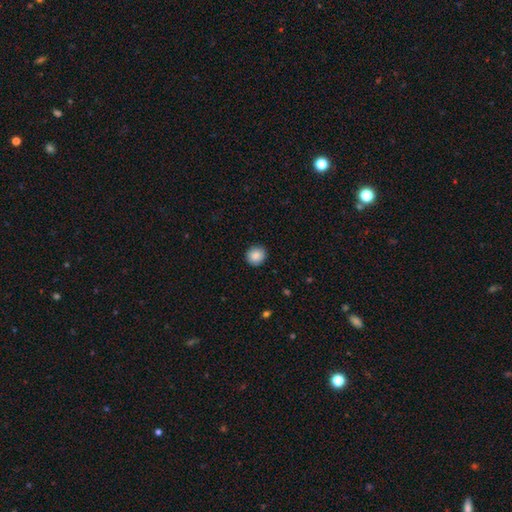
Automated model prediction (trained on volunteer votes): Overall: smooth (88%). How rounded: round (88%). Merging: none (90%).